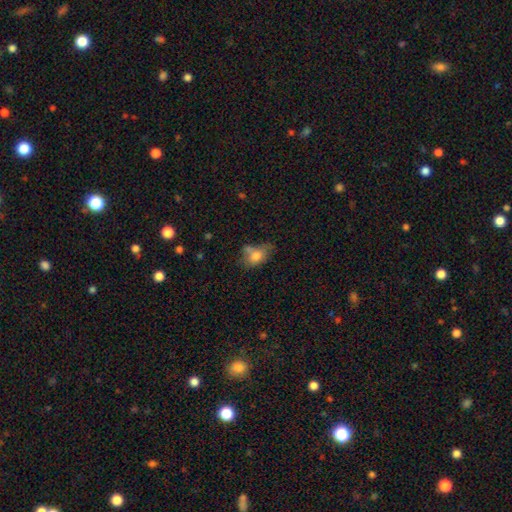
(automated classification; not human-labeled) The model was most divided on "merging": none: 35%, minor disturbance: 29%, merger: 18%, major disturbance: 17%. More confident: how rounded — in between (75%); smooth or featured — smooth (74%).